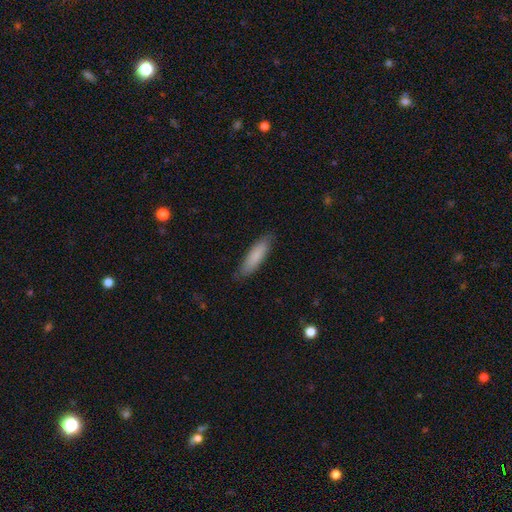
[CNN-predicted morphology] type=smooth (83%); roundness=cigar-shaped (68%); merging=none (84%).